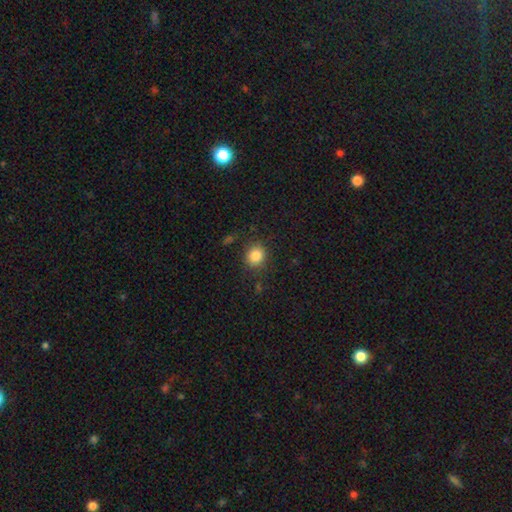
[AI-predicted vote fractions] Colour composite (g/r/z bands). It shows a smooth galaxy with no disk features (84%) that is round (82%). Merging: none (84%).